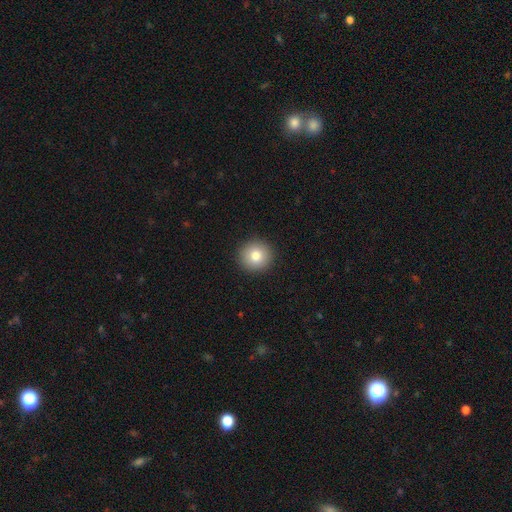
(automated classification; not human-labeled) smooth_or_featured: smooth (p=0.81) [alt: star or artifact p=0.10]
how_rounded: round (p=0.94) [alt: in between p=0.05]
merging: none (p=0.93) [alt: minor disturbance p=0.05]